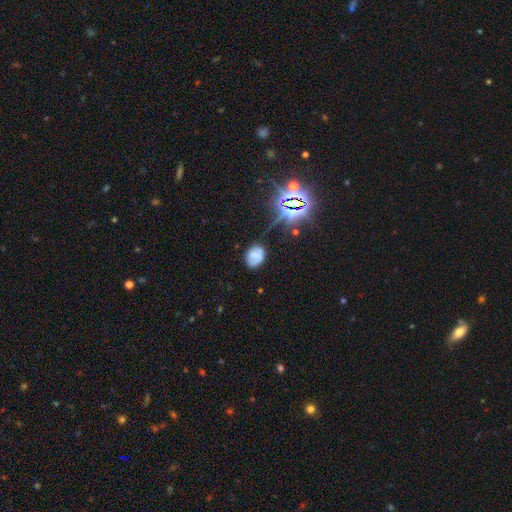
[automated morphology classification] Smooth or featured? Predicted: smooth (p=0.58). How rounded? Predicted: in between (p=0.70). Merging? Predicted: none (p=0.69).